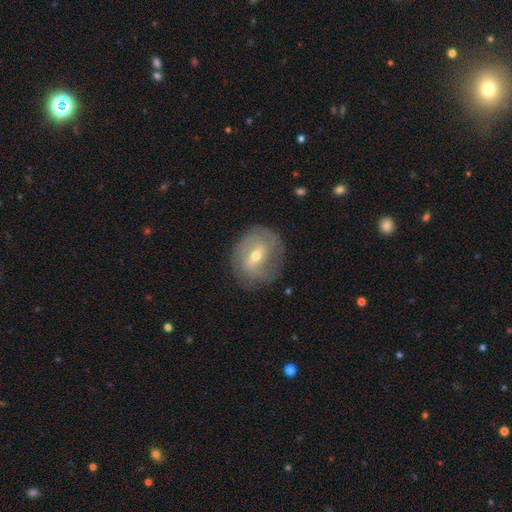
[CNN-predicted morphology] This is likely a featured or disk galaxy (73%). It is clearly not viewed edge-on (95%). Bar: possibly weak (50%). Spiral arm pattern: clearly yes (81%). Spiral arm count: possibly 2 (49%). Spiral winding: marginally tight (45%). Central bulge: possibly moderate (56%). Merging: likely none (74%).